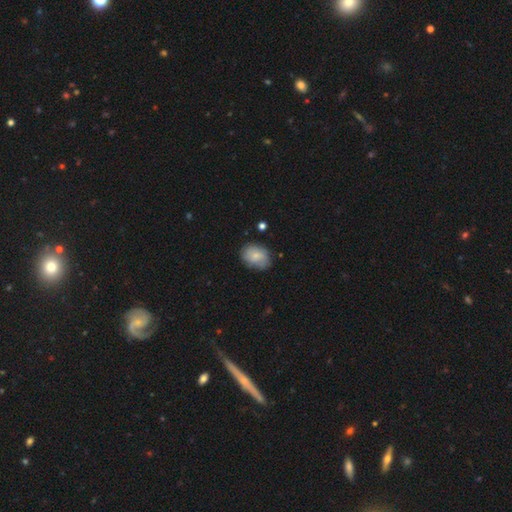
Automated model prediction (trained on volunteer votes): smooth-or-featured: smooth: 75% | featured or disk: 18% | star or artifact: 7%
  how-rounded: in between: 66% | round: 33% | cigar-shaped: 1%
  merging: none: 72% | minor disturbance: 21% | major disturbance: 5% | merger: 2%